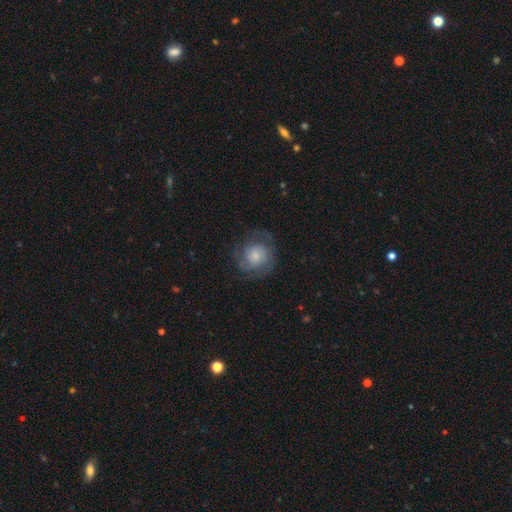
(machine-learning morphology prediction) Overall: featured or disk (50%; smooth 42%). Edge-on disk: no (97%). Merging: none (68%).